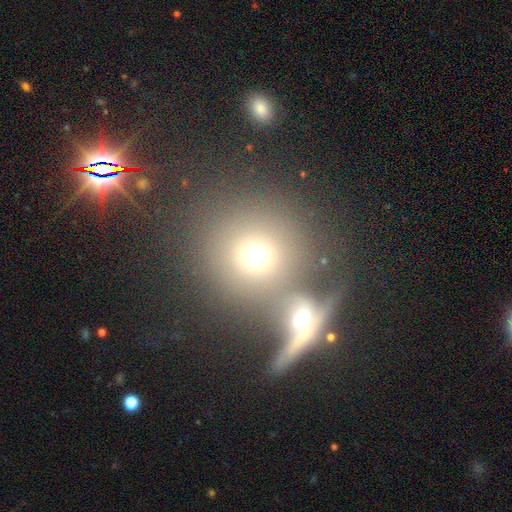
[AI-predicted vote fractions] Smooth or featured? Predicted: smooth (p=0.63). How rounded? Predicted: round (p=0.90). Merging? Predicted: none (p=0.58).